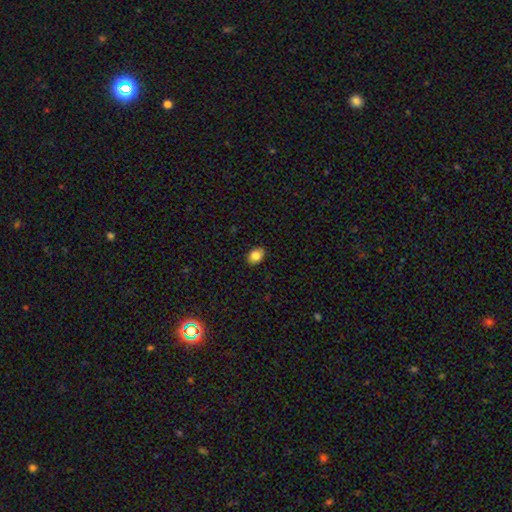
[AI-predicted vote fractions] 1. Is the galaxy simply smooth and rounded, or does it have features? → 84% smooth, 9% star or artifact, 6% featured or disk.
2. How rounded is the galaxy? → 66% in between, 33% round, 1% cigar-shaped.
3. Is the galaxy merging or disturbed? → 88% none, 9% minor disturbance, 2% major disturbance, 1% merger.